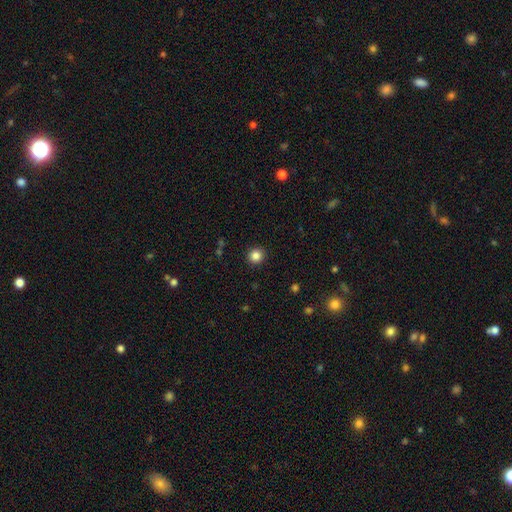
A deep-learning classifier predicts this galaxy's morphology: type=smooth (84%); roundness=round (93%); merging=none (92%).